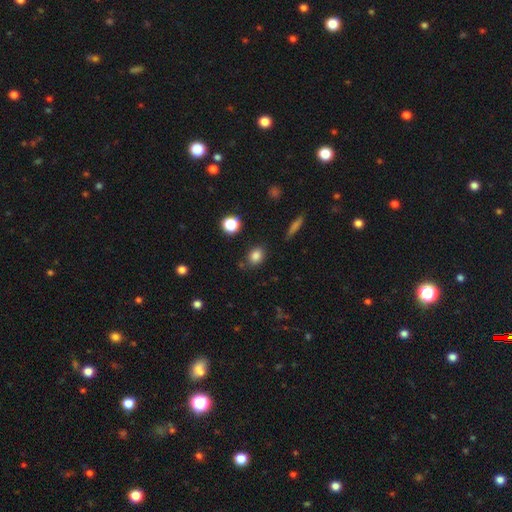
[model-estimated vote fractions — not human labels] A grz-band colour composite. It shows a smooth galaxy with no disk features (83%) that is in between round and cigar-shaped (54%). Merging: none (80%).